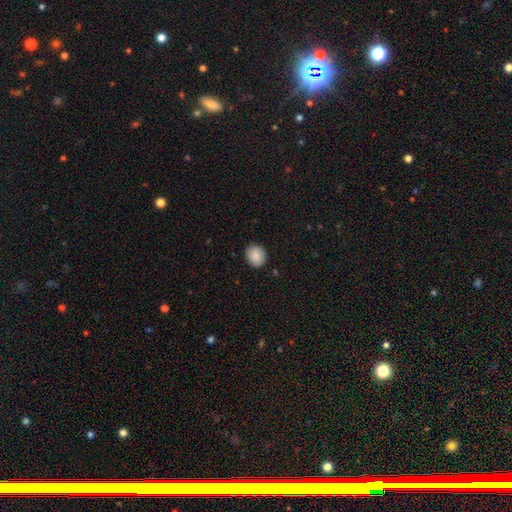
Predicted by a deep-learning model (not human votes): Overall: smooth (87%). How rounded: round (71%). Merging: none (88%).